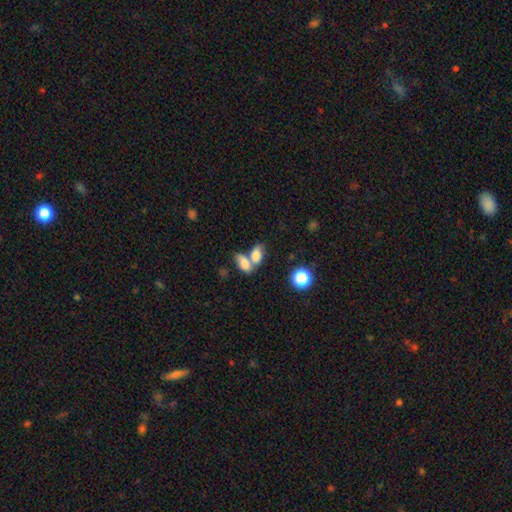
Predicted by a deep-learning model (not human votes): This is likely a smooth galaxy (78%). How rounded: clearly in between (85%). Merging: likely merger (63%).